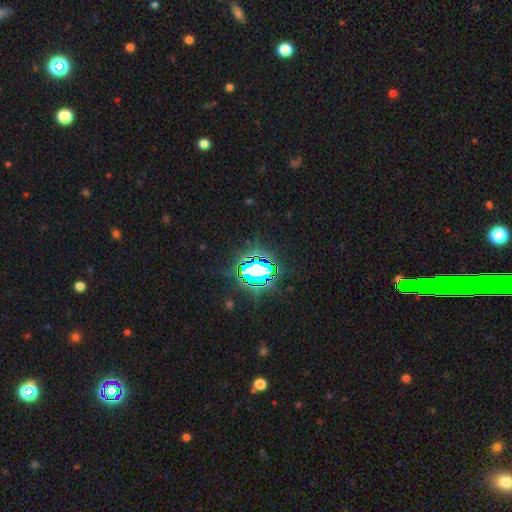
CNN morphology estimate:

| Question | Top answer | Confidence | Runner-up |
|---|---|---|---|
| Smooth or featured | star or artifact | 81% | smooth (12%) |